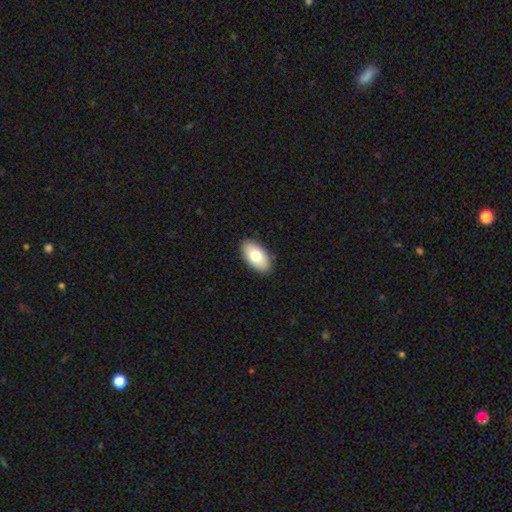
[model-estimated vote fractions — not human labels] The model was most divided on "smooth or featured": smooth: 76%, featured or disk: 17%, star or artifact: 6%. More confident: how rounded — in between (95%); merging — none (89%).